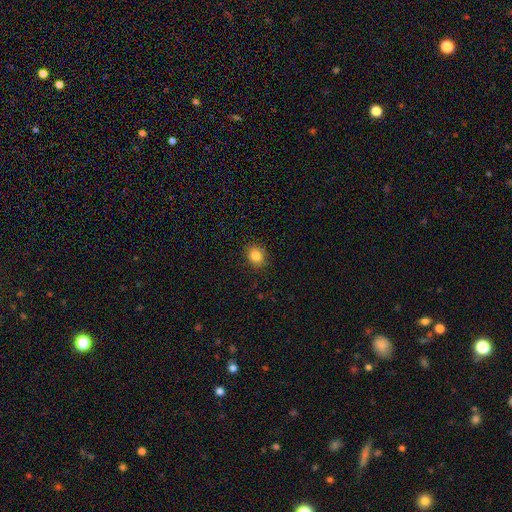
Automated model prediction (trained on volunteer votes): Q: Smooth or featured?
A: smooth (85%); runner-up: star or artifact (10%)
Q: How rounded?
A: round (65%); runner-up: in between (34%)
Q: Merging?
A: none (88%); runner-up: minor disturbance (9%)